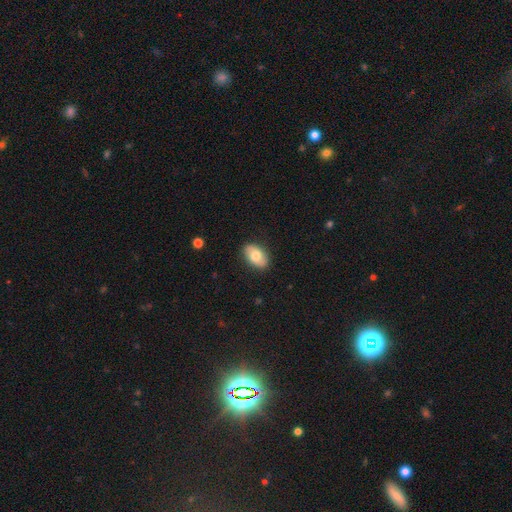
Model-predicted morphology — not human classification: smooth-or-featured: smooth: 66% | featured or disk: 27% | star or artifact: 7%
  how-rounded: in between: 91% | round: 7% | cigar-shaped: 2%
  merging: none: 85% | minor disturbance: 11% | major disturbance: 2% | merger: 1%